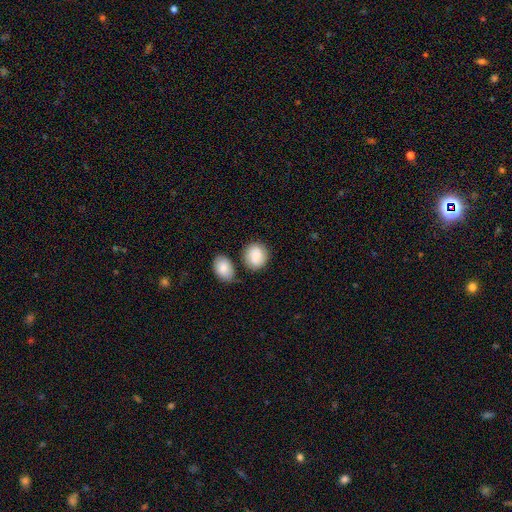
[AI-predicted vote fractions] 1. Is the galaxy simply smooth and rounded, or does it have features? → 84% smooth, 9% featured or disk, 7% star or artifact.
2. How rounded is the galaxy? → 69% round, 30% in between, 1% cigar-shaped.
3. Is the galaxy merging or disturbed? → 65% none, 17% minor disturbance, 13% merger, 5% major disturbance.